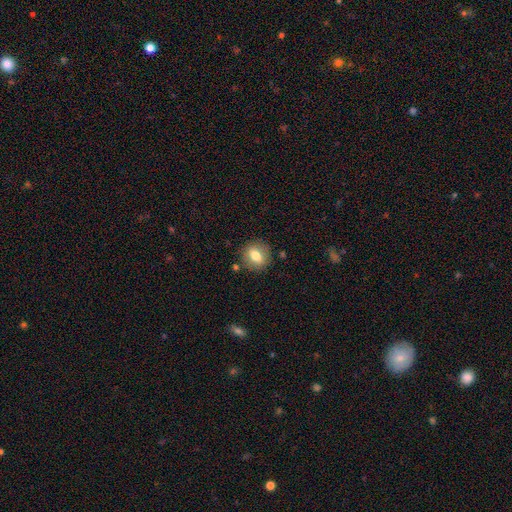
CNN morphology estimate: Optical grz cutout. It shows a smooth galaxy with no disk features (73%) that is round (69%). Merging: none (84%).